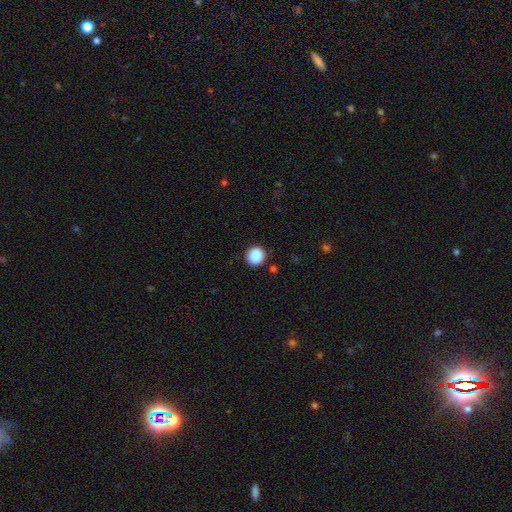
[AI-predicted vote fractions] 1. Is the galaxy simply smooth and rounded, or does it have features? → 89% smooth, 9% star or artifact, 2% featured or disk.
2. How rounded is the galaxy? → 91% round, 8% in between, 1% cigar-shaped.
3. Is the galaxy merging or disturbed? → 90% none, 6% minor disturbance, 2% major disturbance, 2% merger.